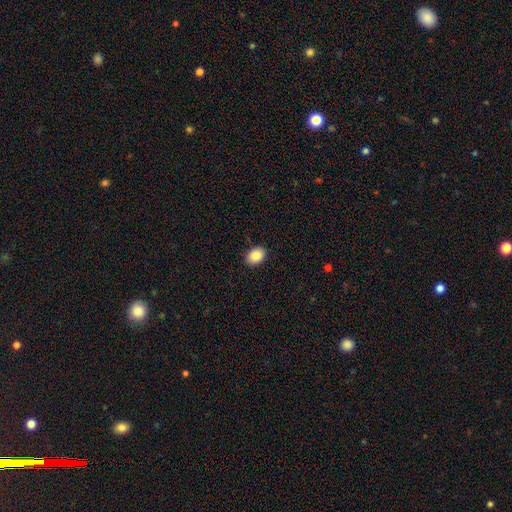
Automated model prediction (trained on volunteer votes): Smooth or featured? smooth (88%)
How rounded? in between (73%)
Merging? none (89%)